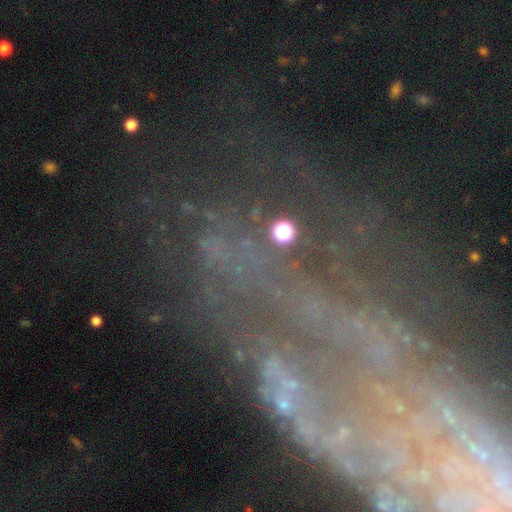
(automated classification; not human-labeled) Overall: featured or disk (48%; star or artifact 37%). Merging: none (55%; major disturbance 20%).